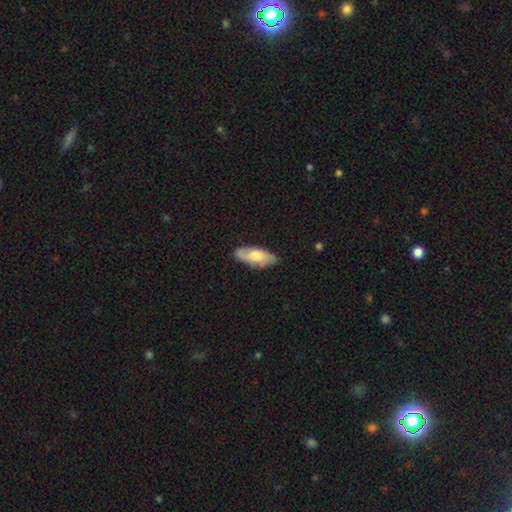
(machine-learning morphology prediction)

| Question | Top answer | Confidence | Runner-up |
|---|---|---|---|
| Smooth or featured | smooth | 60% | featured or disk (34%) |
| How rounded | in between | 80% | cigar-shaped (18%) |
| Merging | none | 79% | minor disturbance (16%) |